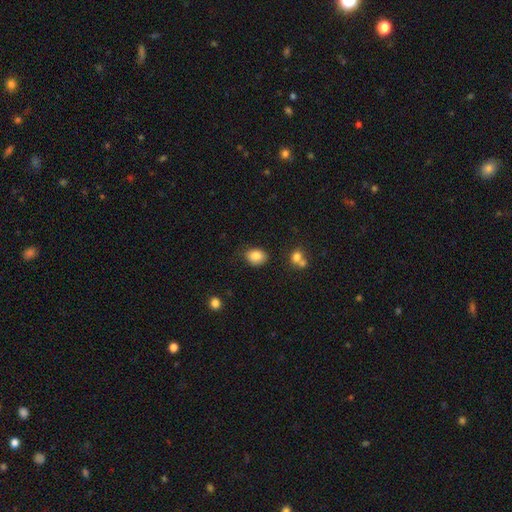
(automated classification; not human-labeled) smooth_or_featured: smooth (p=0.84) [alt: star or artifact p=0.09]
how_rounded: in between (p=0.65) [alt: round p=0.34]
merging: none (p=0.71) [alt: minor disturbance p=0.21]